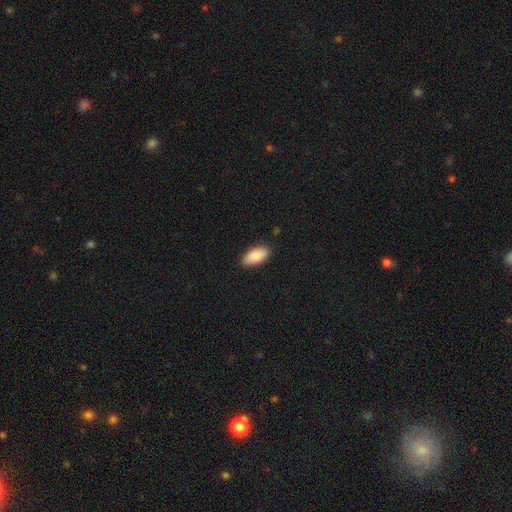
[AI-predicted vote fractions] Overall: smooth (88%). How rounded: in between (92%). Merging: none (87%).